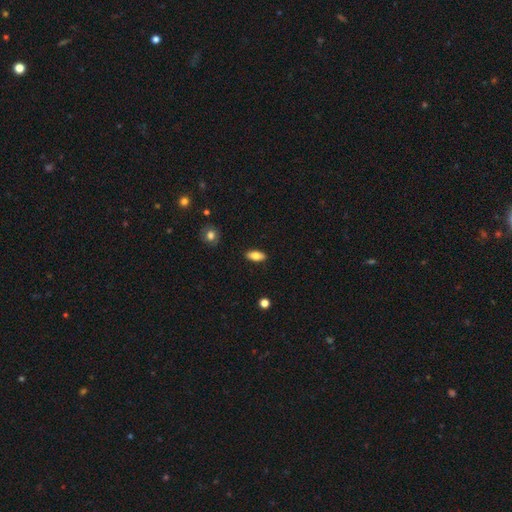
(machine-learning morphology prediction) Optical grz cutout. It shows a smooth galaxy with no disk features (78%) that is in between round and cigar-shaped (85%). Merging: none (89%).